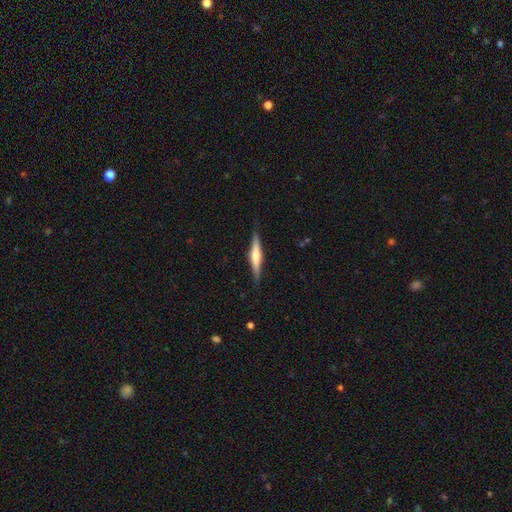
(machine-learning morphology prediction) This appears to be a featured or disk galaxy (61%) viewed edge-on (97%) with a rounded central bulge (74%). Merging: none (88%).